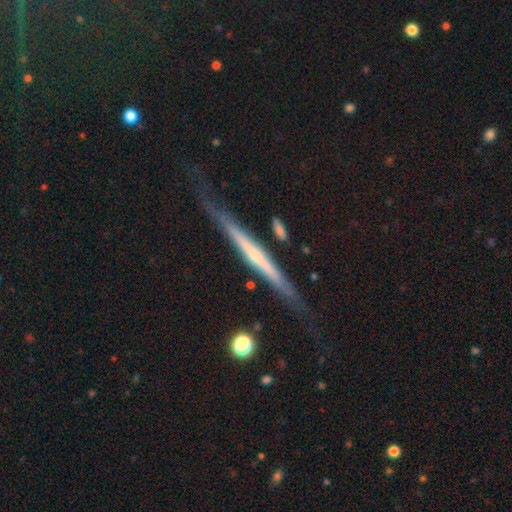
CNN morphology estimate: Smooth or featured?
  - featured or disk: 72% *
  - smooth: 22%
  - star or artifact: 6%
Edge-on disk?
  - yes: 96% *
  - no: 4%
Edge-on bulge?
  - none: 59% *
  - rounded: 33%
  - boxy: 8%
Merging?
  - none: 75% *
  - minor disturbance: 18%
  - major disturbance: 5%
  - merger: 3%